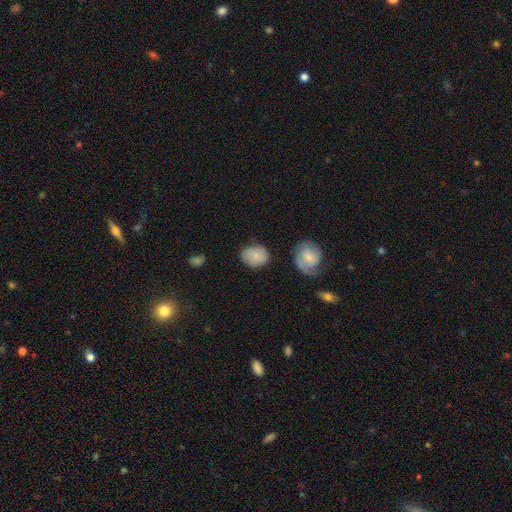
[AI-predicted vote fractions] smooth-or-featured: smooth: 77% | featured or disk: 15% | star or artifact: 8%
  how-rounded: round: 51% | in between: 47% | cigar-shaped: 1%
  merging: none: 71% | minor disturbance: 20% | major disturbance: 5% | merger: 4%